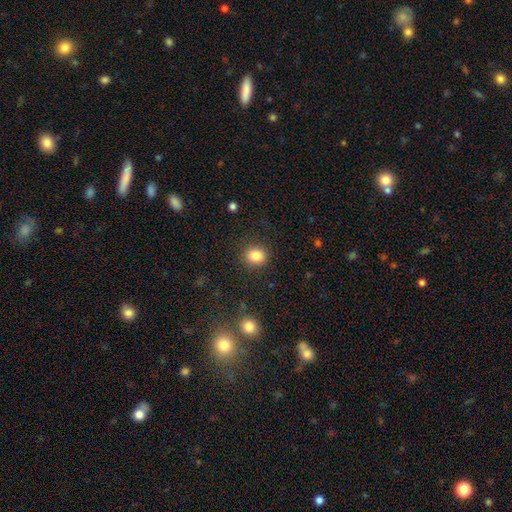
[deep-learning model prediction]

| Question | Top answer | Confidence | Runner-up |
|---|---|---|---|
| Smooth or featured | smooth | 85% | star or artifact (10%) |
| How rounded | round | 82% | in between (17%) |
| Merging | none | 88% | minor disturbance (7%) |